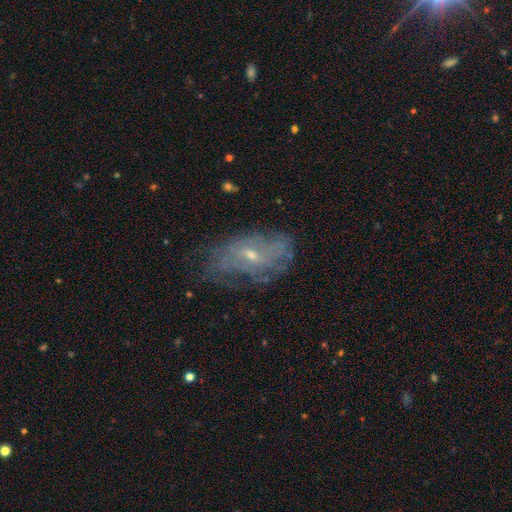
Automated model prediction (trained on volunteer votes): Morphology: type=featured or disk (63%); edge-on=no (90%); bar=no (62%); spiral arms=yes (68%); bulge=small (66%); merging=none (67%).